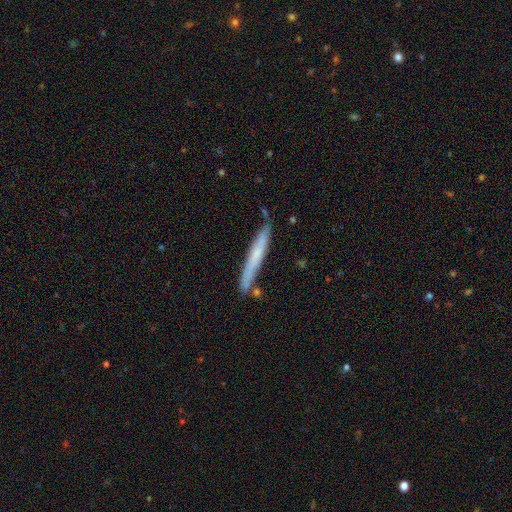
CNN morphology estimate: smooth 54%, featured or disk 39%, star or artifact 6%. Down the decision tree: how rounded — cigar-shaped (96%); merging — none (77%).